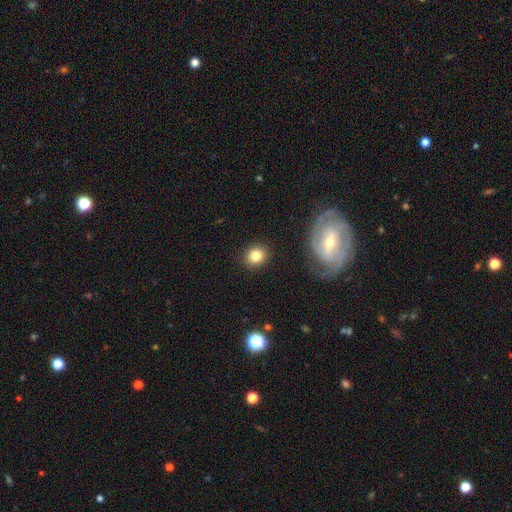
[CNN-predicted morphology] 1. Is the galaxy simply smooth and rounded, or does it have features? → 81% smooth, 10% star or artifact, 9% featured or disk.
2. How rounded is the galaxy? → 79% round, 20% in between, 1% cigar-shaped.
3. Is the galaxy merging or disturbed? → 88% none, 7% minor disturbance, 3% major disturbance, 2% merger.